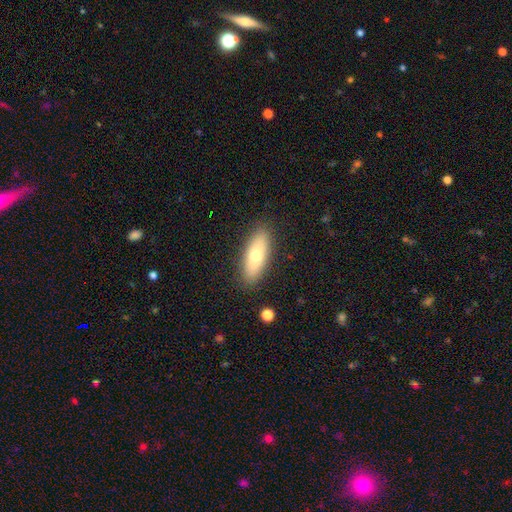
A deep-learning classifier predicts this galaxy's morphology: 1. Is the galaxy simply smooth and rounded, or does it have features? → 67% smooth, 26% featured or disk, 7% star or artifact.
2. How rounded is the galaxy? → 67% in between, 30% cigar-shaped, 3% round.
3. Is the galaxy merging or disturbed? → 89% none, 8% minor disturbance, 2% major disturbance, 1% merger.